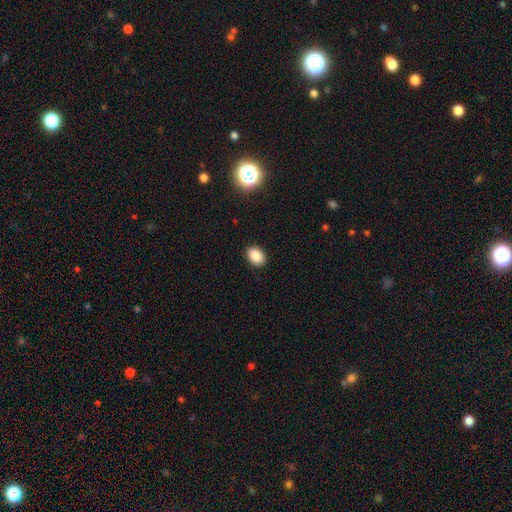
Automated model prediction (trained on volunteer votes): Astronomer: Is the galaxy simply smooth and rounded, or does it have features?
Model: smooth — 87%.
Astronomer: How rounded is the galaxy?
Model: in between — 75%.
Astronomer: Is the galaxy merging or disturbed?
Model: none — 90%.